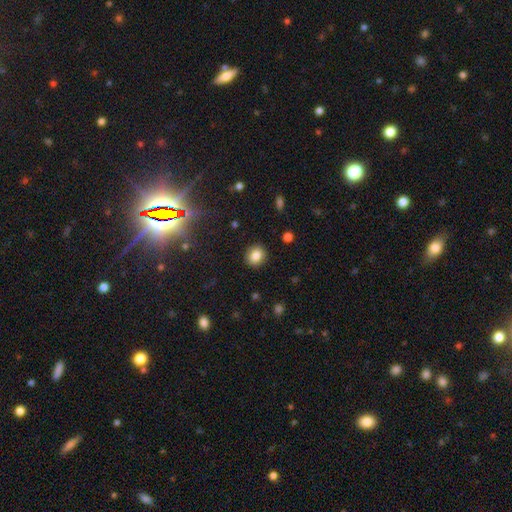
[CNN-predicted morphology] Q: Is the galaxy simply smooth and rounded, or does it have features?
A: smooth — 83%.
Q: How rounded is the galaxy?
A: round — 71%.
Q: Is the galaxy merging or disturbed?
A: none — 90%.